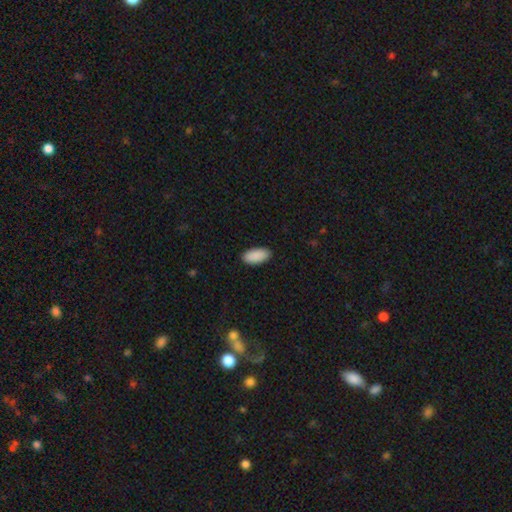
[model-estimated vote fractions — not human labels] Smooth or featured: smooth — 91% (star or artifact — 6%)
How rounded: in between — 94% (cigar-shaped — 5%)
Merging: none — 90% (minor disturbance — 7%)